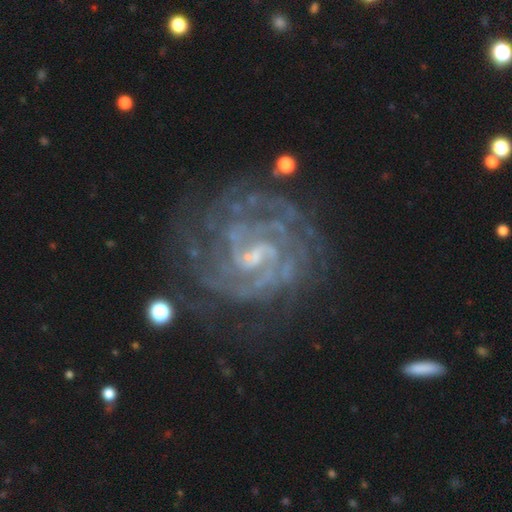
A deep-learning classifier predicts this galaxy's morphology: A featured or disk galaxy (89%) with a weak bar (57%), tight (70%) spiral arms (96%) and a small central bulge (51%). Merging: none (69%).